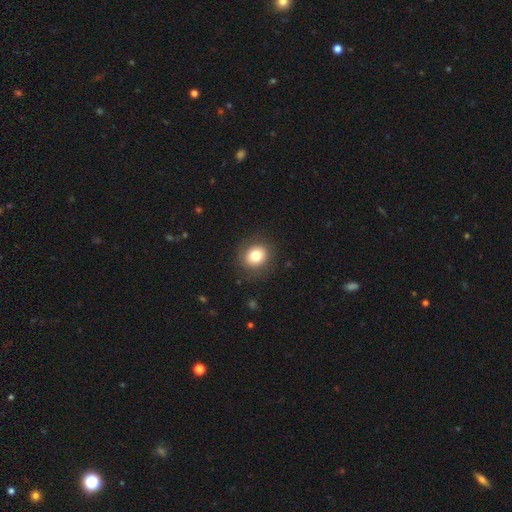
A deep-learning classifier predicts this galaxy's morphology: Smooth or featured: smooth — 79% (featured or disk — 11%)
How rounded: round — 76% (in between — 23%)
Merging: none — 87% (minor disturbance — 8%)